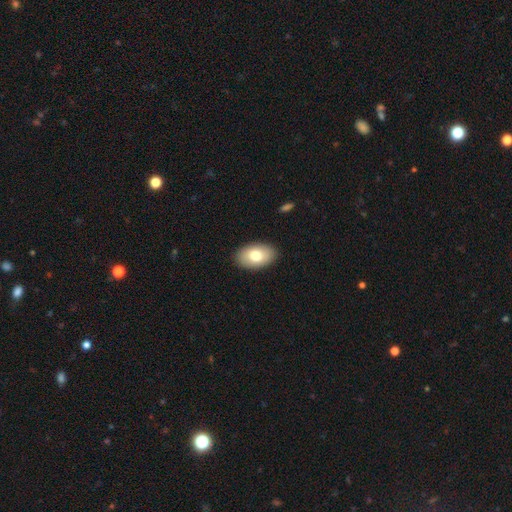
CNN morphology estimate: smooth_or_featured: smooth (p=0.78) [alt: featured or disk p=0.15]
how_rounded: in between (p=0.93) [alt: round p=0.06]
merging: none (p=0.89) [alt: minor disturbance p=0.08]